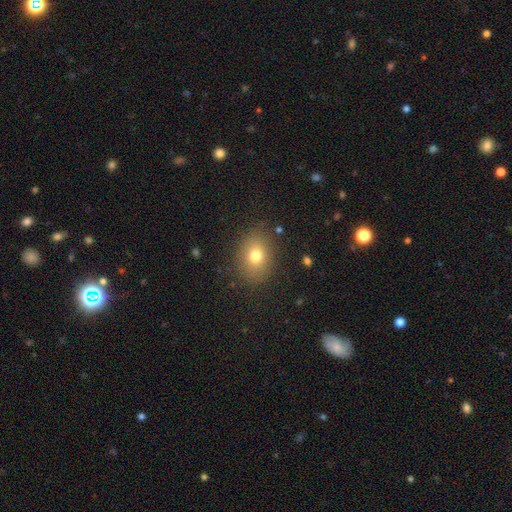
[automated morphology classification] Overall: smooth (75%). How rounded: in between (57%; round 41%). Merging: none (85%).